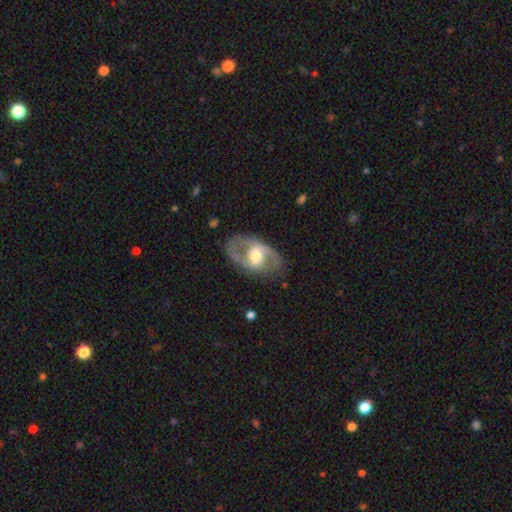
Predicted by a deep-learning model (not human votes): Smooth or featured?
  - featured or disk: 79% *
  - smooth: 16%
  - star or artifact: 5%
Edge-on disk?
  - no: 94% *
  - yes: 6%
Bar?
  - weak: 43% *
  - no: 31%
  - strong: 27%
Spiral arms?
  - yes: 78% *
  - no: 22%
Spiral winding?
  - medium: 51% *
  - loose: 32%
  - tight: 17%
Spiral arm count?
  - 2: 85% *
  - can't tell: 7%
  - 1: 4%
  - 3: 1%
  - 4: 1%
  - more than 4: 1%
Bulge size?
  - moderate: 67% *
  - small: 17%
  - large: 14%
  - dominant: 1%
  - none: 1%
Merging?
  - none: 75% *
  - minor disturbance: 15%
  - major disturbance: 9%
  - merger: 2%